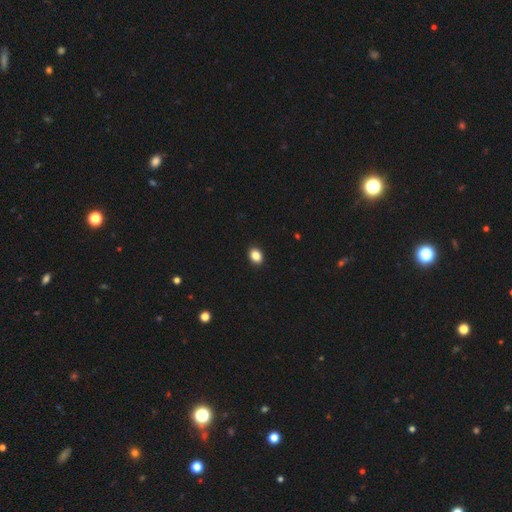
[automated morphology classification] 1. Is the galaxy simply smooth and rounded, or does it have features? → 87% smooth, 9% star or artifact, 4% featured or disk.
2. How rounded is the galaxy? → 63% in between, 36% round, 1% cigar-shaped.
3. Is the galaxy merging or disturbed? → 92% none, 6% minor disturbance, 2% major disturbance, 1% merger.